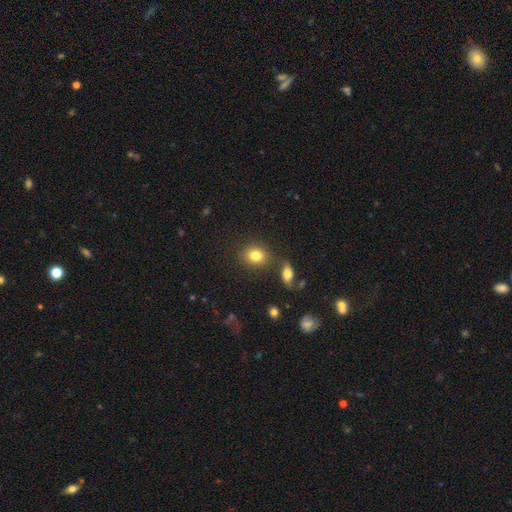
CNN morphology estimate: type=smooth (81%); roundness=round (55%); merging=none (73%).